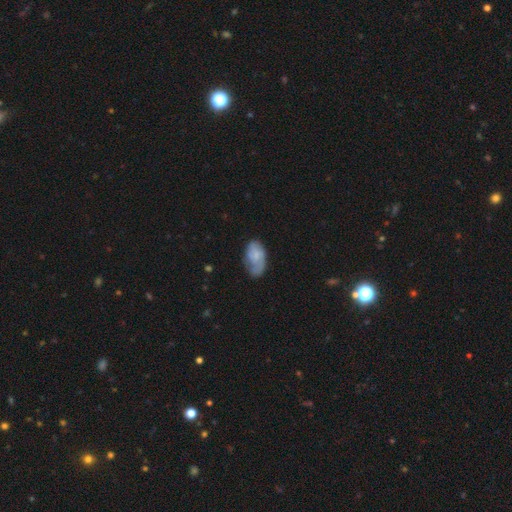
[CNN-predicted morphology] smooth-or-featured: smooth: 57% | featured or disk: 35% | star or artifact: 7%
  how-rounded: in between: 92% | round: 5% | cigar-shaped: 3%
  merging: none: 48% | minor disturbance: 33% | major disturbance: 16% | merger: 2%